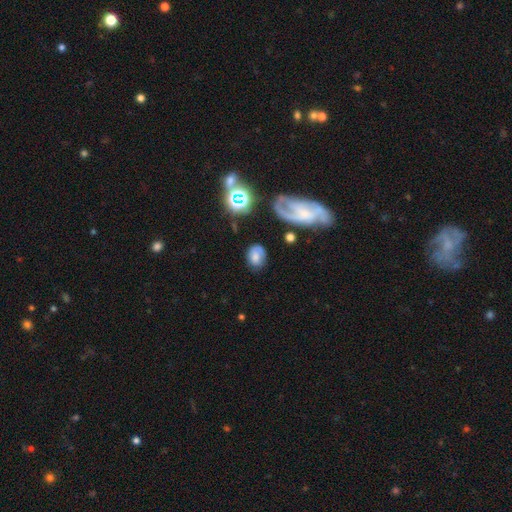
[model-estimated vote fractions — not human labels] Smooth or featured?
  - smooth: 62% *
  - featured or disk: 25%
  - star or artifact: 13%
How rounded?
  - in between: 67% *
  - round: 31%
  - cigar-shaped: 2%
Merging?
  - none: 60% *
  - minor disturbance: 23%
  - major disturbance: 12%
  - merger: 5%